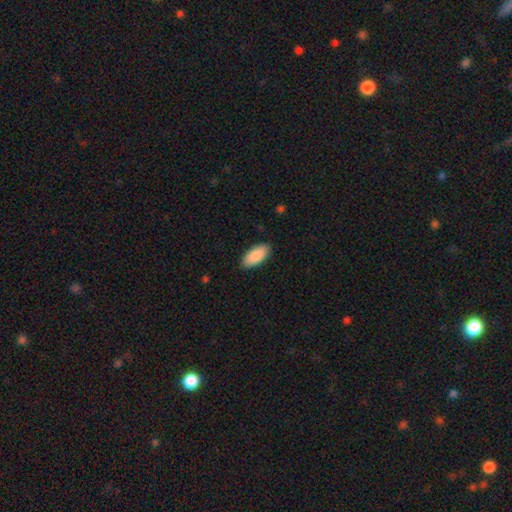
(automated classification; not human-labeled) A smooth galaxy with no disk features (89%) that is in between round and cigar-shaped (91%).

Vote fractions:
- Smooth or featured? smooth: 89% / star or artifact: 5% / featured or disk: 5%
- How rounded? in between: 91% / cigar-shaped: 8% / round: 2%
- Merging? none: 88% / minor disturbance: 9% / major disturbance: 2% / merger: 1%